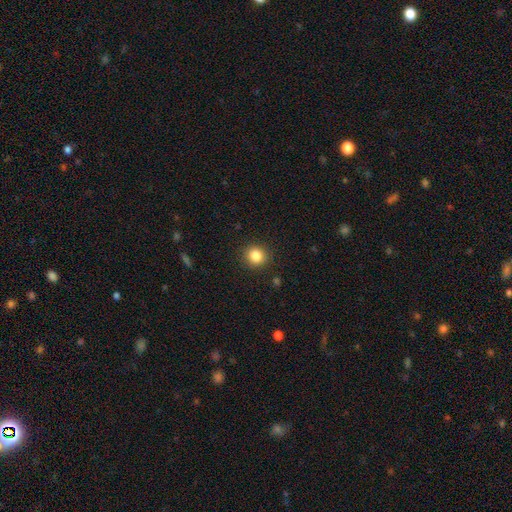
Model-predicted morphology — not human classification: This appears to be a smooth galaxy with no disk features (85%) that is round (88%). Merging: none (90%).